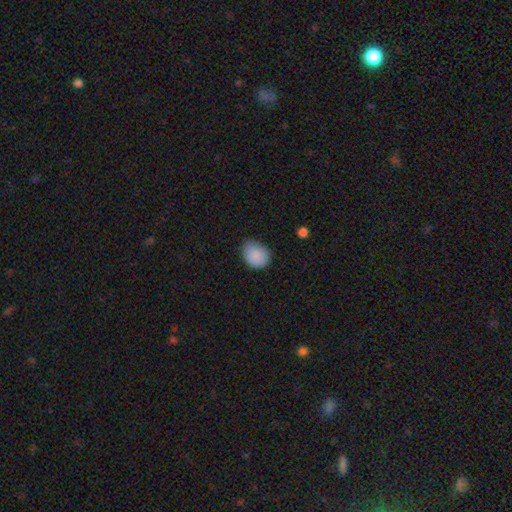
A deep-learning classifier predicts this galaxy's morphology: smooth 88%, star or artifact 8%, featured or disk 4%. Down the decision tree: how rounded — in between (55%); merging — none (71%).